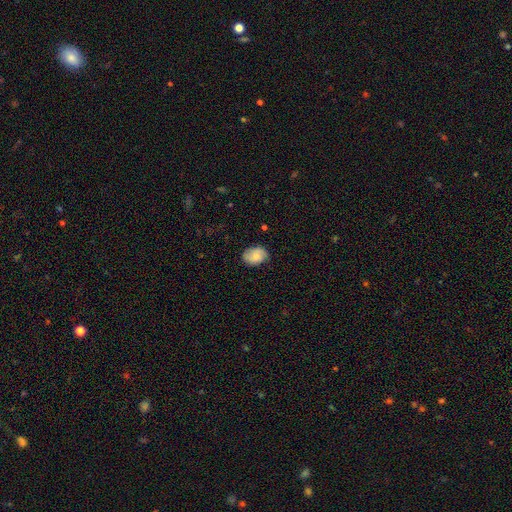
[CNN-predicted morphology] A smooth galaxy with no disk features (66%) that is in between round and cigar-shaped (72%). Merging: none (72%).